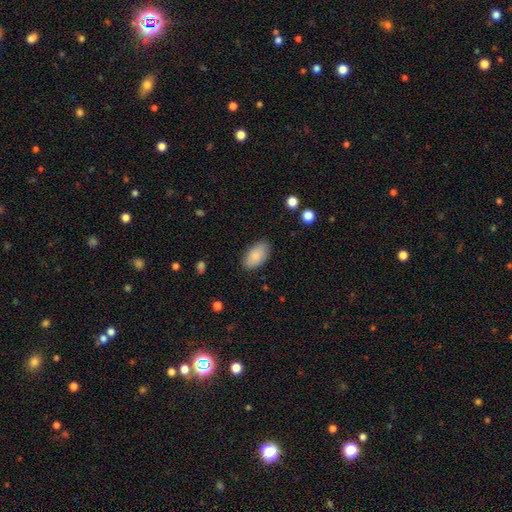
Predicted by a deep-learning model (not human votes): A smooth galaxy with no disk features (84%) that is in between round and cigar-shaped (94%).

Vote fractions:
- Smooth or featured? smooth: 84% / featured or disk: 9% / star or artifact: 7%
- How rounded? in between: 94% / round: 4% / cigar-shaped: 2%
- Merging? none: 85% / minor disturbance: 12% / major disturbance: 3% / merger: 1%